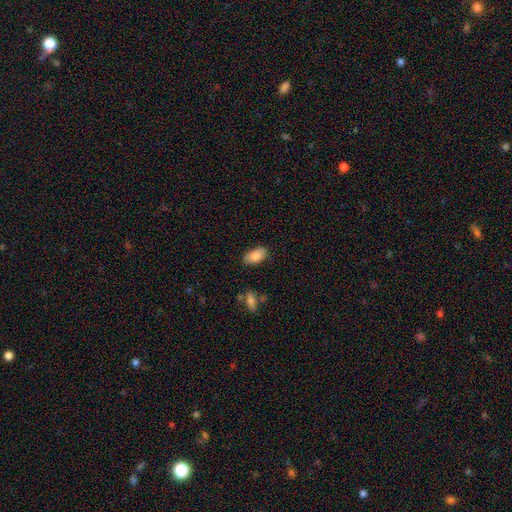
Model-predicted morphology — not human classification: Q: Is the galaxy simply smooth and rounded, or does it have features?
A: smooth — 86%.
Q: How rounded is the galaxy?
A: in between — 93%.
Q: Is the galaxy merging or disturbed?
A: none — 81%.